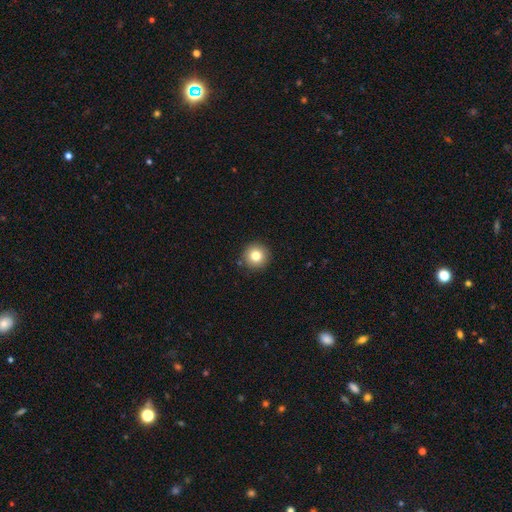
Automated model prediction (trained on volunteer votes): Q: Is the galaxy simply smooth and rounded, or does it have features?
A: smooth — 79%.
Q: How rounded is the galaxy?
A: round — 96%.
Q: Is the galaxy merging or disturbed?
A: none — 91%.